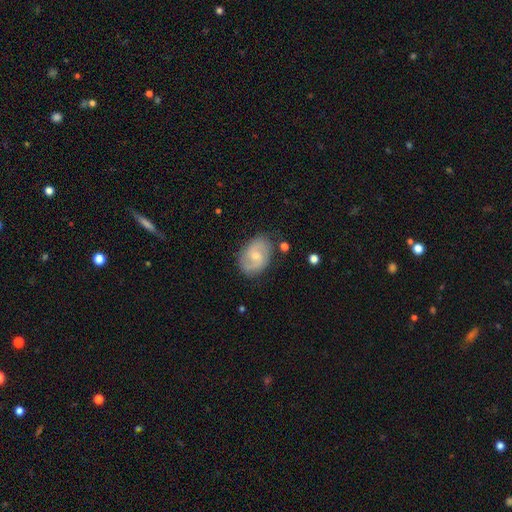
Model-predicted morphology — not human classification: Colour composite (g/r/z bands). It shows a featured or disk galaxy (74%) with a weak bar (50%), 2 (88%) medium (51%) spiral arms (94%) and a small central bulge (52%). Merging: none (80%).